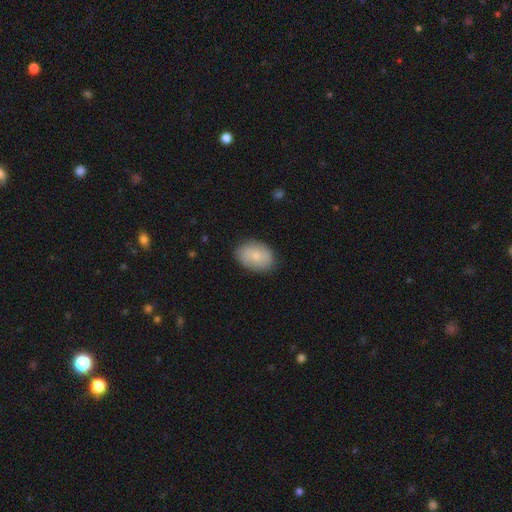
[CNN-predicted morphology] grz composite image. It shows a smooth galaxy with no disk features (75%) that is in between round and cigar-shaped (78%). Merging: none (84%).